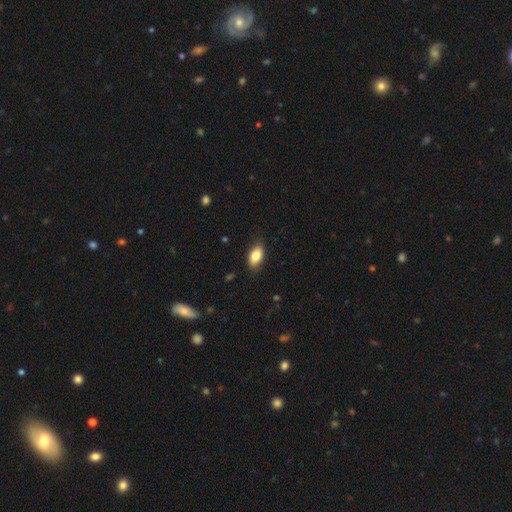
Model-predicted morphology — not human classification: Smooth or featured? Predicted: smooth (p=0.84). How rounded? Predicted: in between (p=0.90). Merging? Predicted: none (p=0.82).